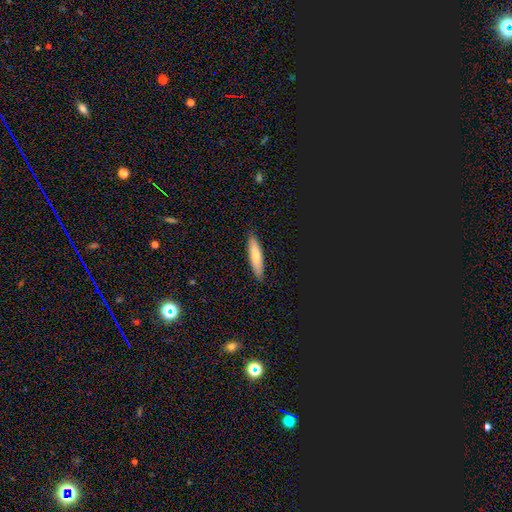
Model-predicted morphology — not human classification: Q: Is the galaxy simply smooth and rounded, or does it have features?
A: smooth — 75%.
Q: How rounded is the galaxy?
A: cigar-shaped — 76%.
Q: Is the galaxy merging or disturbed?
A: none — 88%.